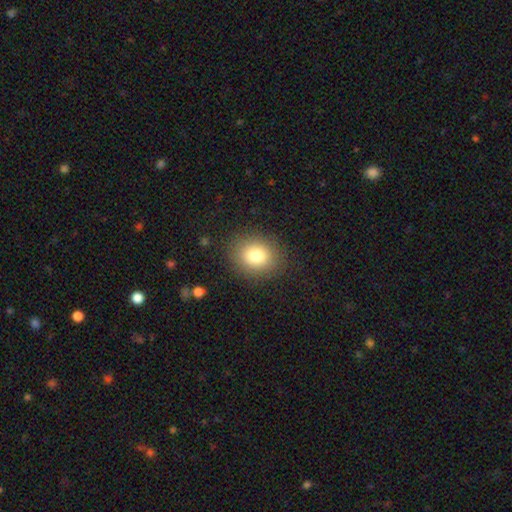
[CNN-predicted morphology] This appears to be a smooth galaxy with no disk features (80%) that is round (64%). Merging: none (87%).